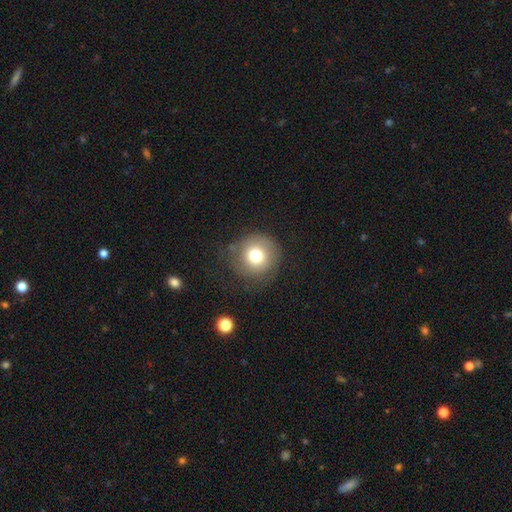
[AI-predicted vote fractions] Smooth or featured: smooth — 73% (featured or disk — 16%)
How rounded: round — 94% (in between — 5%)
Merging: none — 75% (minor disturbance — 15%)